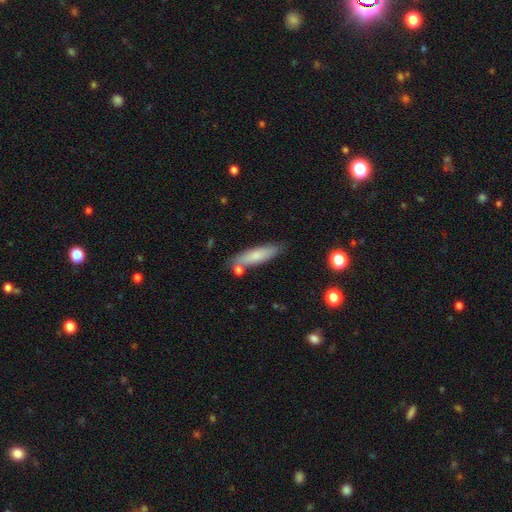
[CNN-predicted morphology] Smooth or featured? smooth (75%)
How rounded? cigar-shaped (74%)
Merging? none (78%)